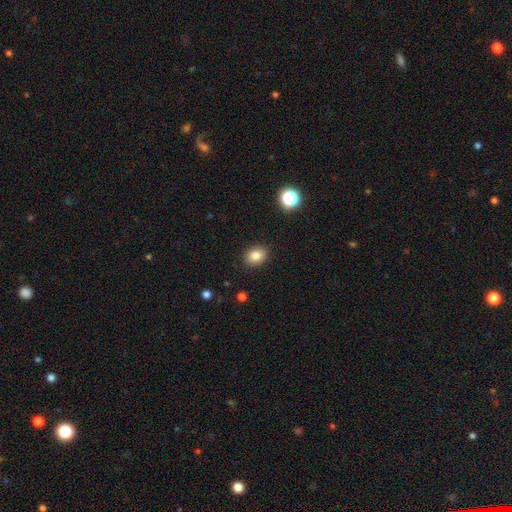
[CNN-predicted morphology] The model was most divided on "how rounded": in between: 62%, round: 37%, cigar-shaped: 1%. More confident: merging — none (89%); smooth or featured — smooth (83%).